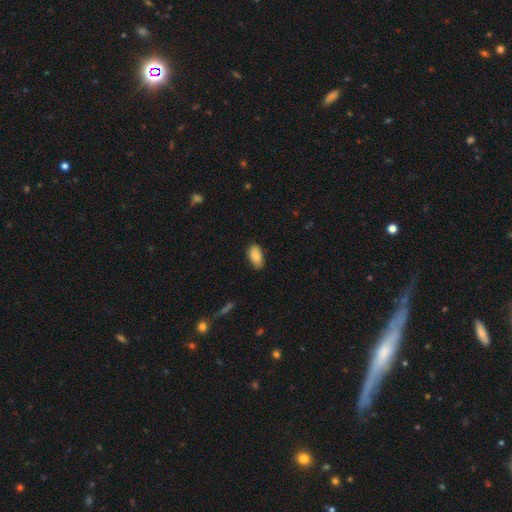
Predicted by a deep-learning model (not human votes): A smooth galaxy with no disk features (85%) that is in between round and cigar-shaped (93%).

Vote fractions:
- Smooth or featured? smooth: 85% / featured or disk: 8% / star or artifact: 7%
- How rounded? in between: 93% / cigar-shaped: 4% / round: 3%
- Merging? none: 83% / minor disturbance: 14% / major disturbance: 2% / merger: 1%